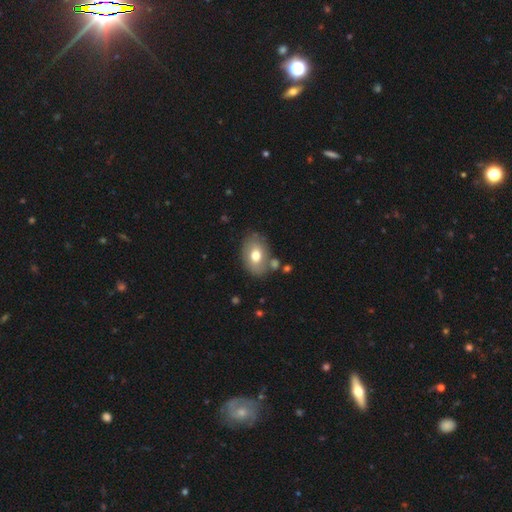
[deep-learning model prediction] Q: Smooth or featured?
A: smooth (69%); runner-up: featured or disk (23%)
Q: How rounded?
A: in between (81%); runner-up: round (18%)
Q: Merging?
A: none (72%); runner-up: minor disturbance (16%)